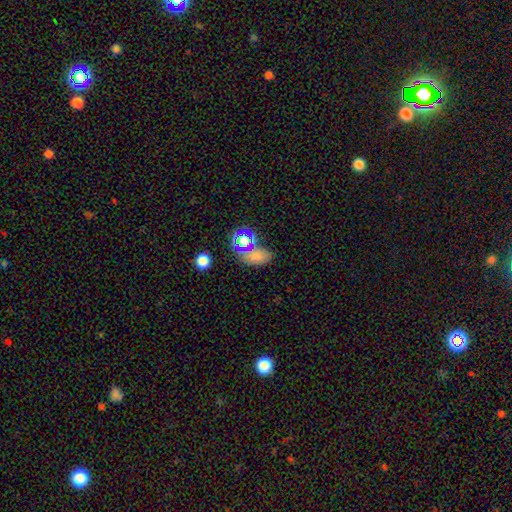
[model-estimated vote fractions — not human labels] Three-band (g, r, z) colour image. It shows a smooth galaxy with no disk features (54%) that is in between round and cigar-shaped (74%). Merging: none (64%).